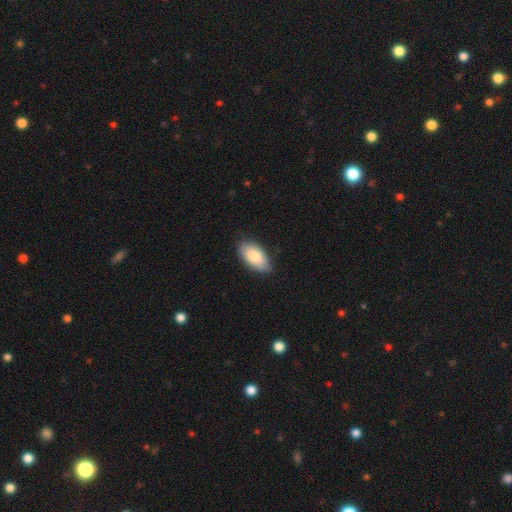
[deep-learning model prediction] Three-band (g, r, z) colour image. It shows a smooth galaxy with no disk features (82%) that is in between round and cigar-shaped (94%). Merging: none (82%).